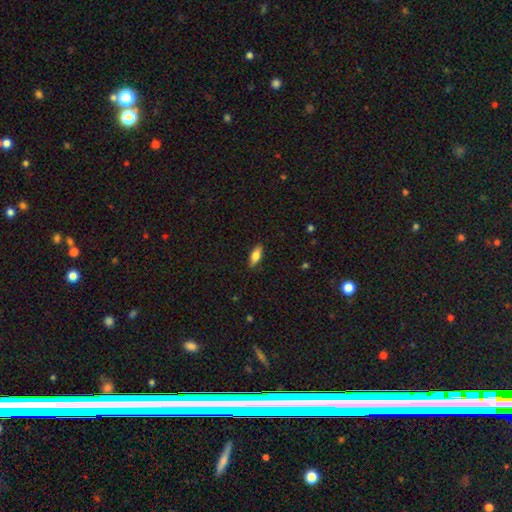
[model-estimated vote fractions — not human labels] A smooth galaxy with no disk features (67%) that is in between round and cigar-shaped (70%). Merging: none (88%).